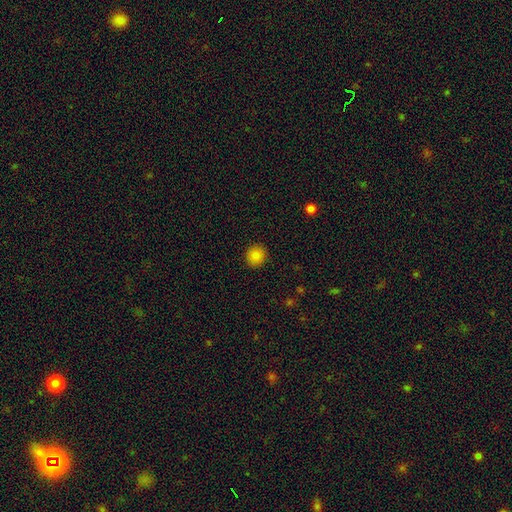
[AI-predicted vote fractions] A smooth galaxy with no disk features (86%) that is round (87%). Merging: none (92%).